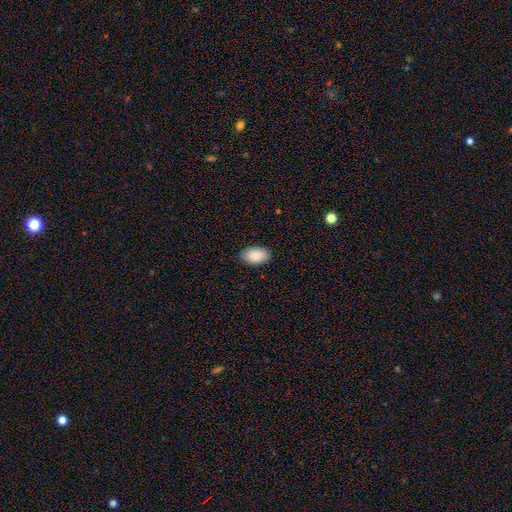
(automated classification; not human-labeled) smooth_or_featured: smooth (p=0.88) [alt: star or artifact p=0.06]
how_rounded: in between (p=0.94) [alt: round p=0.04]
merging: none (p=0.88) [alt: minor disturbance p=0.09]